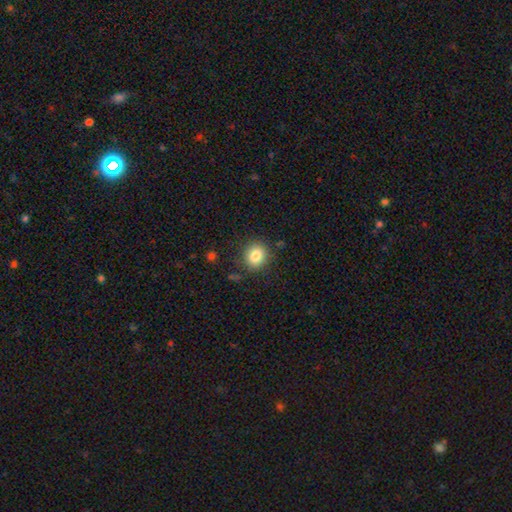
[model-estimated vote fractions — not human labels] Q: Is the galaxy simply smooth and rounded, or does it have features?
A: smooth — 83%.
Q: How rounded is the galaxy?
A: round — 79%.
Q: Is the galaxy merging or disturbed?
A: none — 86%.